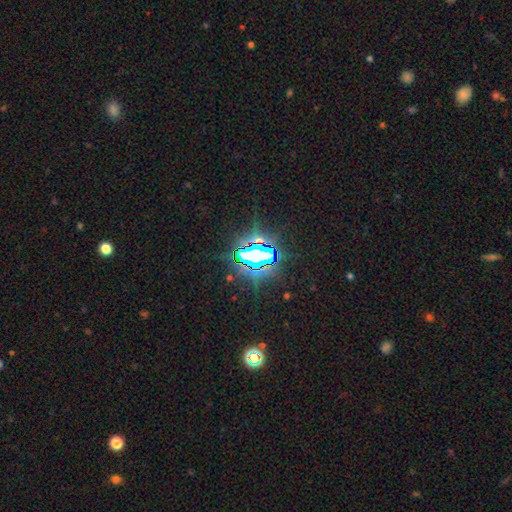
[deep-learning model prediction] star or artifact 81%, featured or disk 10%, smooth 9%.